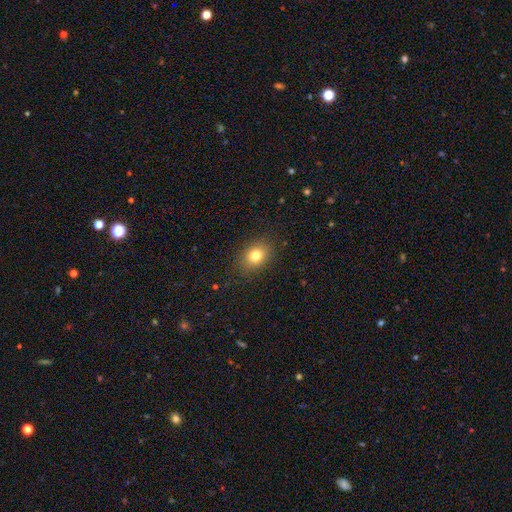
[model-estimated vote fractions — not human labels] A smooth galaxy with no disk features (80%) that is in between round and cigar-shaped (57%).

Vote fractions:
- Smooth or featured? smooth: 80% / star or artifact: 12% / featured or disk: 9%
- How rounded? in between: 57% / round: 42% / cigar-shaped: 1%
- Merging? none: 86% / minor disturbance: 10% / major disturbance: 3% / merger: 1%